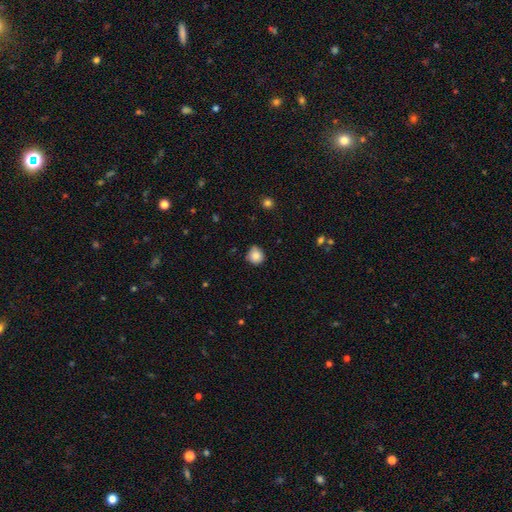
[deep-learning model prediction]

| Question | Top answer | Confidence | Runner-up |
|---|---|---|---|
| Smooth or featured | smooth | 85% | star or artifact (10%) |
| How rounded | round | 90% | in between (9%) |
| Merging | none | 76% | minor disturbance (19%) |